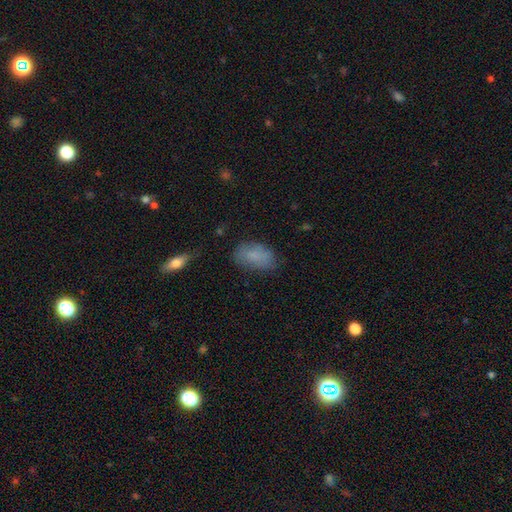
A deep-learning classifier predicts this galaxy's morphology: type=smooth (81%); roundness=in between (92%); merging=none (71%).